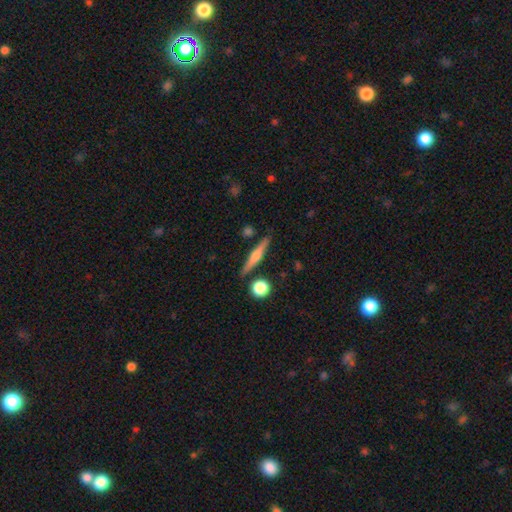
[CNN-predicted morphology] This is possibly a featured or disk galaxy (57%). It is clearly viewed edge-on (97%). Edge-on bulge: clearly rounded (81%). Merging: clearly none (87%).